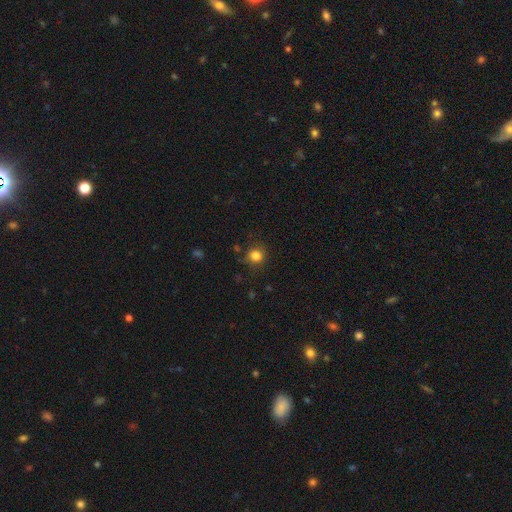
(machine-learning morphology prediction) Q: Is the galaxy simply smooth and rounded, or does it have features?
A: smooth — 83%.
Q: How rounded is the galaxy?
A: round — 90%.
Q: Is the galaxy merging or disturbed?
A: none — 84%.